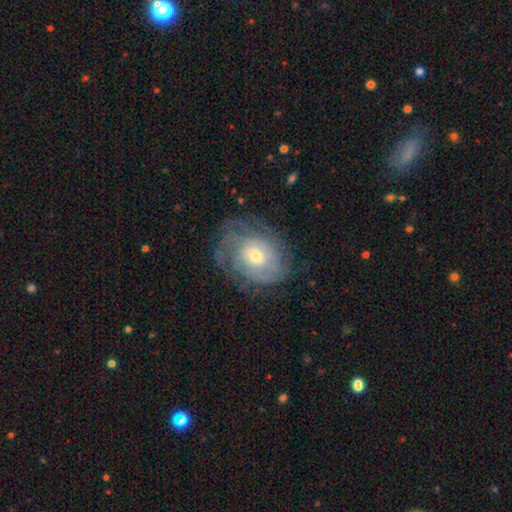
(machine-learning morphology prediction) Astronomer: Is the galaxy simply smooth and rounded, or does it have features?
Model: featured or disk — 74%.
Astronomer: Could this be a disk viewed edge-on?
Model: no — 96%.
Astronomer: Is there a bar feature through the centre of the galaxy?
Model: no — 73%.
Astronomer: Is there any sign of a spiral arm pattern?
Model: yes — 85%.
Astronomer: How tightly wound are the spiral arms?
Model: tight — 68%.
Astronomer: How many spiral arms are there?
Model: can't tell — 54%.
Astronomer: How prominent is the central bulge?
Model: moderate — 57% (runner-up: small, 35%).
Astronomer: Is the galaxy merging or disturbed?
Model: none — 65%.